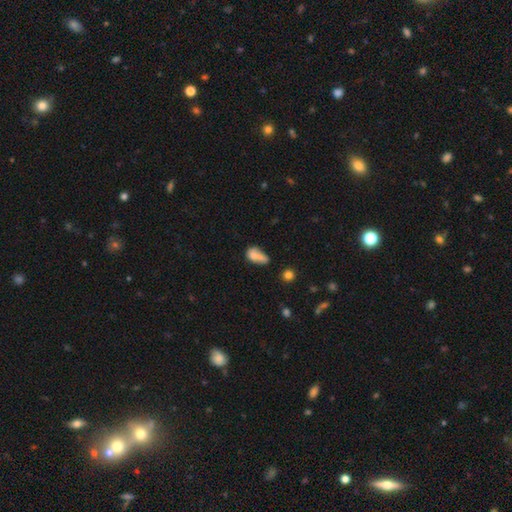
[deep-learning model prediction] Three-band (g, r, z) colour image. It shows a smooth galaxy with no disk features (69%) that is in between round and cigar-shaped (78%). Merging: merger (29%).